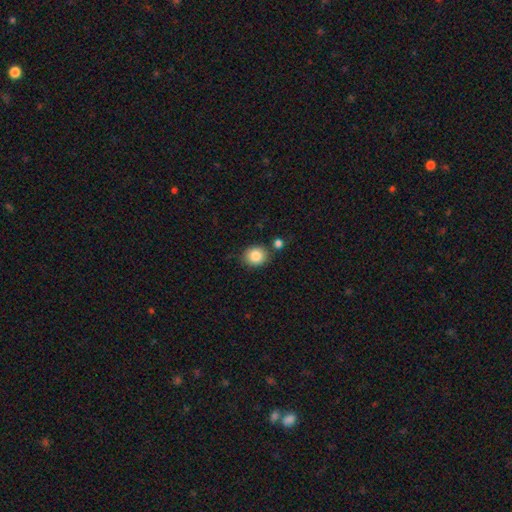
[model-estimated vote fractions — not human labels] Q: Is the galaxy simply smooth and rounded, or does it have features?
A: smooth — 86%.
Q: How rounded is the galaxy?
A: round — 74%.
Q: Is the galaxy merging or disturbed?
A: none — 78%.